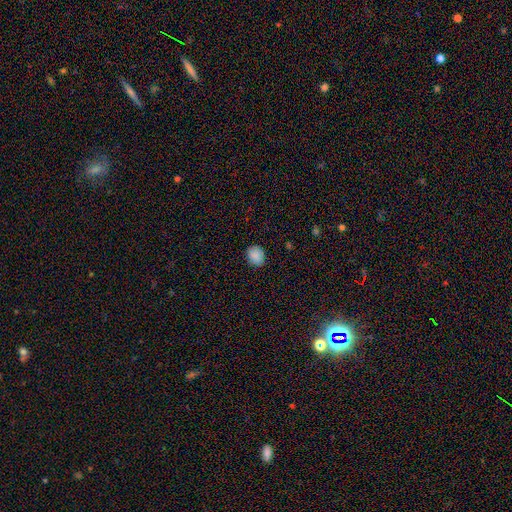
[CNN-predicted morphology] This appears to be a smooth galaxy with no disk features (88%) that is round (52%). Merging: none (86%).